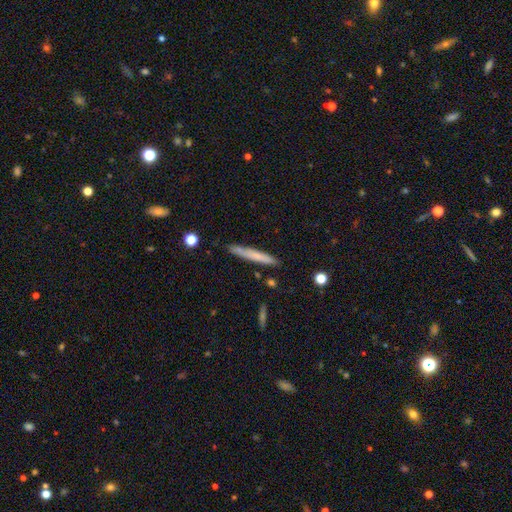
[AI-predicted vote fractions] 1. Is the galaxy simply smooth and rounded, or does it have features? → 66% smooth, 27% featured or disk, 7% star or artifact.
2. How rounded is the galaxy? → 95% cigar-shaped, 3% in between, 1% round.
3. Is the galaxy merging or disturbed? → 83% none, 12% minor disturbance, 3% merger, 2% major disturbance.